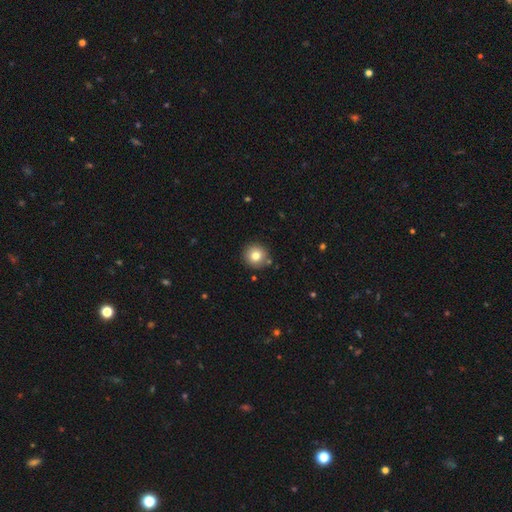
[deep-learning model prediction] The model was most divided on "smooth or featured": smooth: 79%, star or artifact: 11%, featured or disk: 10%. More confident: how rounded — round (94%); merging — none (88%).